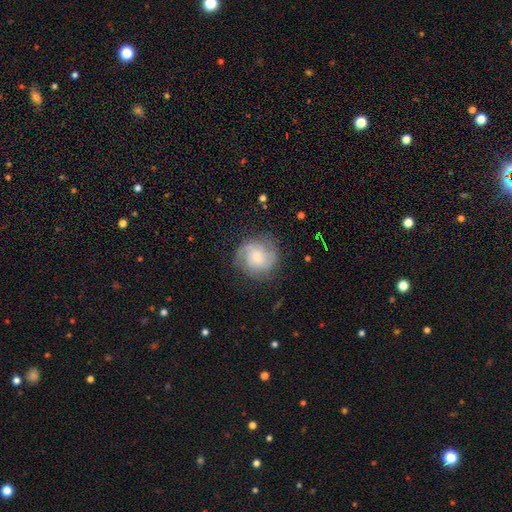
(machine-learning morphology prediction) Q: Smooth or featured?
A: featured or disk (69%); runner-up: smooth (24%)
Q: Edge-on disk?
A: no (98%); runner-up: yes (2%)
Q: Bar?
A: no (61%); runner-up: weak (34%)
Q: Spiral arms?
A: yes (94%); runner-up: no (6%)
Q: Spiral winding?
A: tight (44%); runner-up: medium (41%)
Q: Spiral arm count?
A: 2 (47%); runner-up: can't tell (21%)
Q: Bulge size?
A: small (43%); runner-up: moderate (37%)
Q: Merging?
A: none (75%); runner-up: minor disturbance (16%)